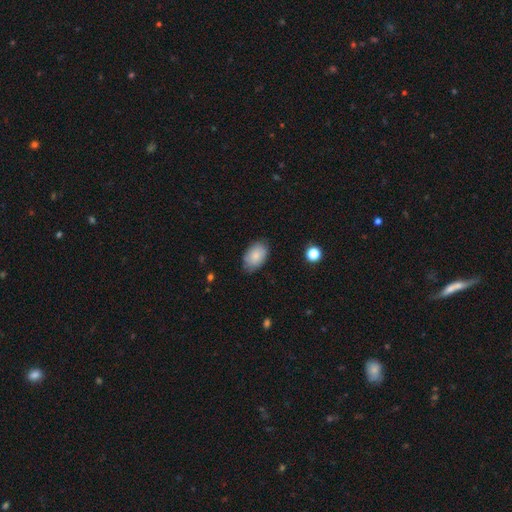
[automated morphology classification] Q: Smooth or featured?
A: smooth (83%); runner-up: featured or disk (10%)
Q: How rounded?
A: in between (90%); runner-up: round (9%)
Q: Merging?
A: none (78%); runner-up: minor disturbance (17%)